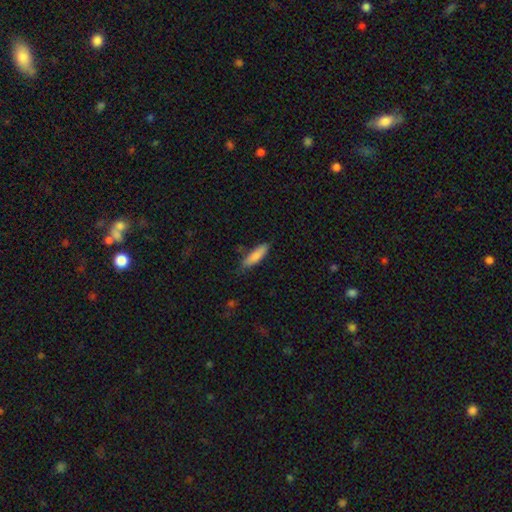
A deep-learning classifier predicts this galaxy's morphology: A smooth galaxy with no disk features (83%) that is cigar-shaped (65%).

Vote fractions:
- Smooth or featured? smooth: 83% / featured or disk: 11% / star or artifact: 6%
- How rounded? cigar-shaped: 65% / in between: 33% / round: 2%
- Merging? none: 76% / minor disturbance: 19% / major disturbance: 3% / merger: 2%